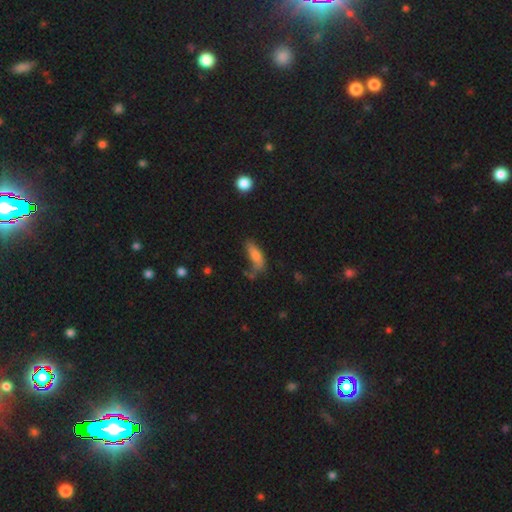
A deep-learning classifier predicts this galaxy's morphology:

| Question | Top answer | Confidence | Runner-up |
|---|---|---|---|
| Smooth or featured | smooth | 71% | featured or disk (20%) |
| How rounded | in between | 56% | cigar-shaped (41%) |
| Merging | none | 48% | minor disturbance (29%) |